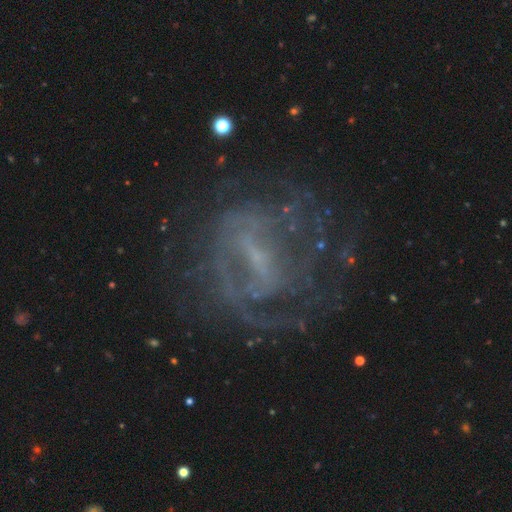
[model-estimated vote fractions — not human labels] Smooth or featured? featured or disk (72%)
Edge-on disk? no (95%)
Bar? weak (39%)
Spiral arms? yes (60%)
Bulge size? small (44%)
Merging? none (58%)